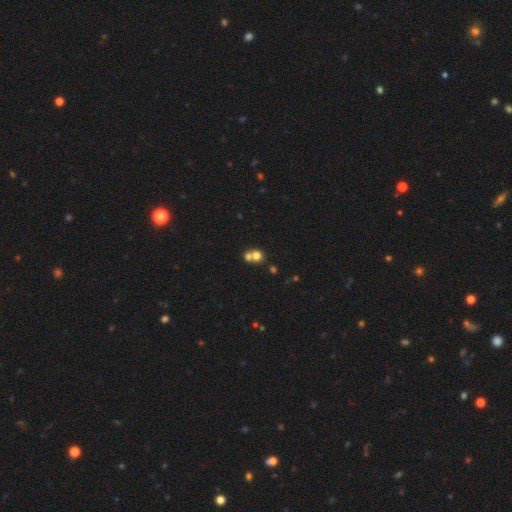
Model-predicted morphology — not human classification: Smooth or featured?
  - smooth: 73% *
  - featured or disk: 14%
  - star or artifact: 13%
How rounded?
  - round: 79% *
  - in between: 20%
  - cigar-shaped: 1%
Merging?
  - merger: 56% *
  - none: 36%
  - minor disturbance: 5%
  - major disturbance: 3%